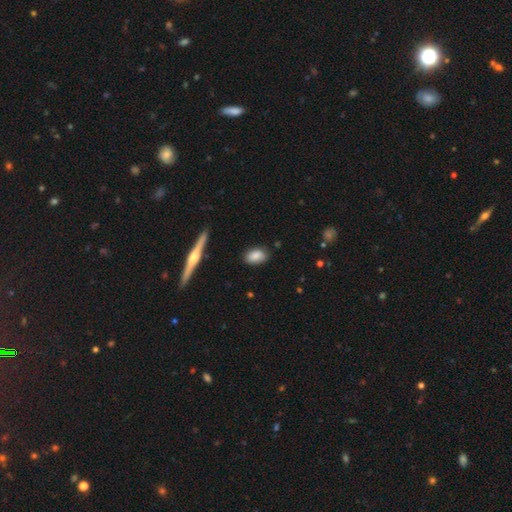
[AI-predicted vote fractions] Smooth or featured?
  - smooth: 85% *
  - featured or disk: 8%
  - star or artifact: 7%
How rounded?
  - in between: 87% *
  - round: 10%
  - cigar-shaped: 3%
Merging?
  - none: 85% *
  - minor disturbance: 11%
  - major disturbance: 2%
  - merger: 2%